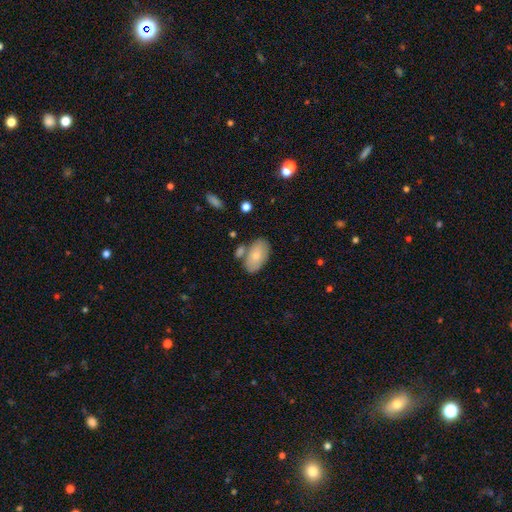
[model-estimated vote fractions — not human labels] smooth_or_featured: smooth (p=0.76) [alt: featured or disk p=0.19]
how_rounded: in between (p=0.94) [alt: round p=0.04]
merging: none (p=0.65) [alt: minor disturbance p=0.17]